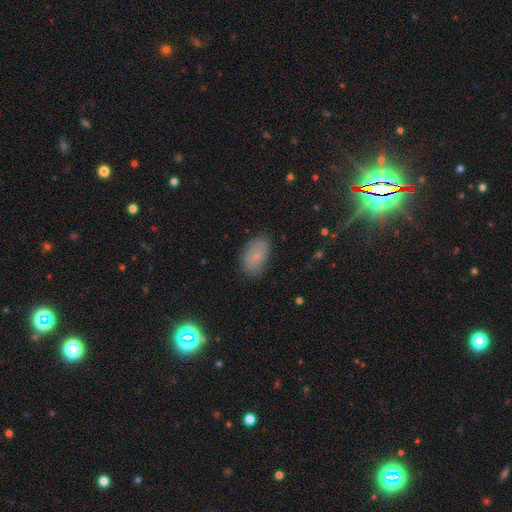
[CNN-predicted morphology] This is likely a smooth galaxy (67%). How rounded: clearly in between (91%). Merging: likely none (80%).